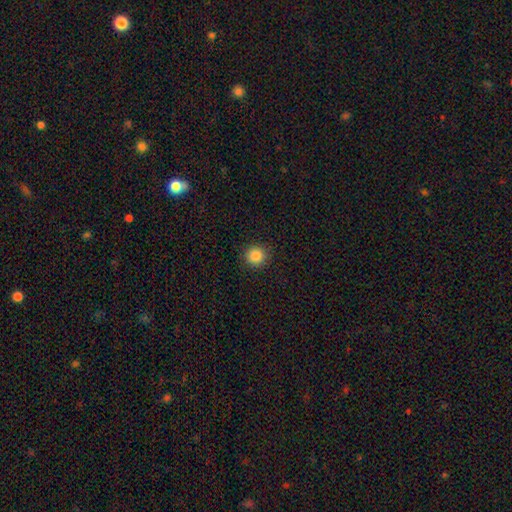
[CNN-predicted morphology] A smooth galaxy with no disk features (86%) that is round (92%). Merging: none (90%).